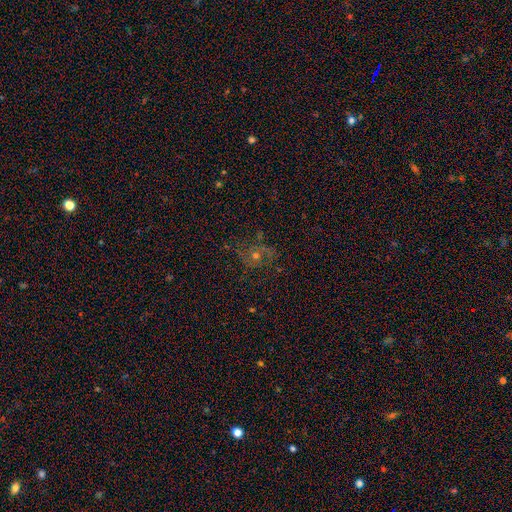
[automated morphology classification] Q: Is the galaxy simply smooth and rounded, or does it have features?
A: featured or disk — 45%.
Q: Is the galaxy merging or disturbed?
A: none — 65%.